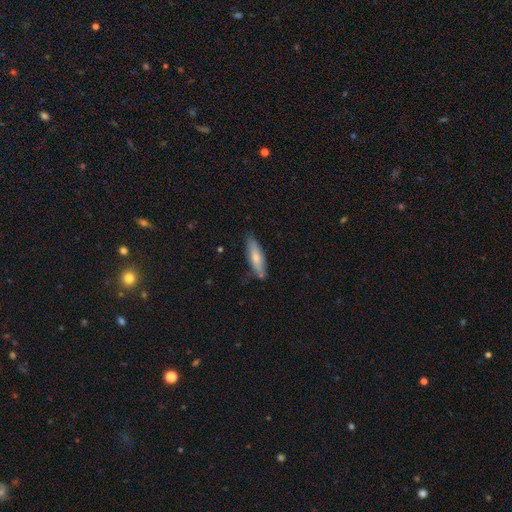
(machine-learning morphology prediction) smooth-or-featured: smooth: 59% | featured or disk: 34% | star or artifact: 7%
  how-rounded: cigar-shaped: 67% | in between: 31% | round: 2%
  merging: none: 79% | minor disturbance: 16% | merger: 3% | major disturbance: 3%